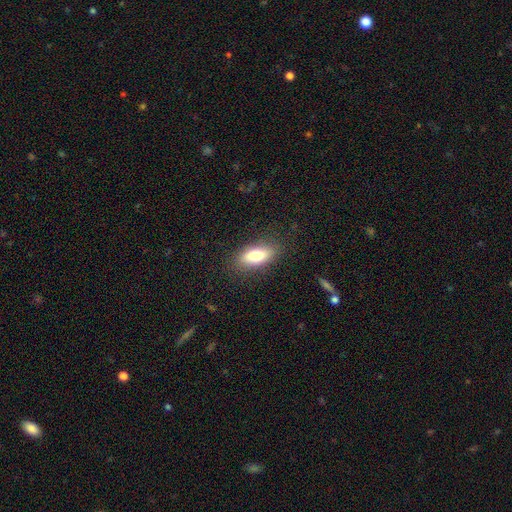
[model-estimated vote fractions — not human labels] Q: Smooth or featured?
A: smooth (78%); runner-up: featured or disk (14%)
Q: How rounded?
A: in between (80%); runner-up: cigar-shaped (16%)
Q: Merging?
A: none (84%); runner-up: minor disturbance (11%)